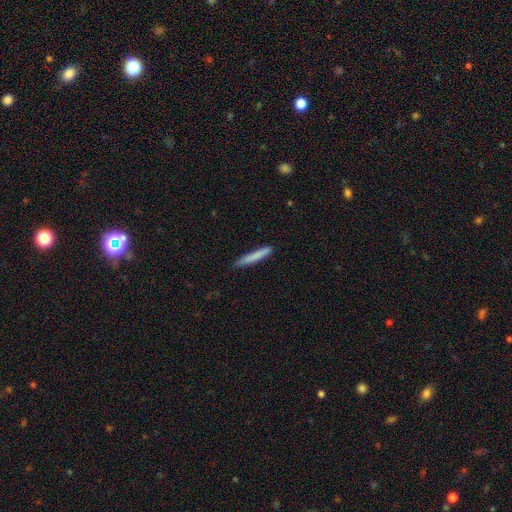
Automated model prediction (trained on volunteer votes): The model was most divided on "smooth or featured": smooth: 78%, featured or disk: 17%, star or artifact: 6%. More confident: how rounded — cigar-shaped (95%); merging — none (84%).